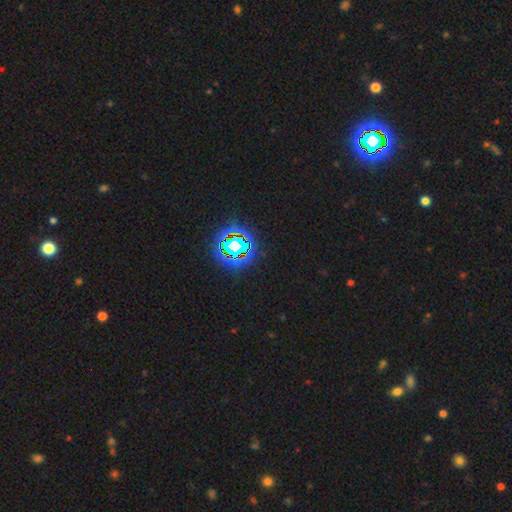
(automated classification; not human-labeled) Smooth or featured? Predicted: star or artifact (p=0.81).